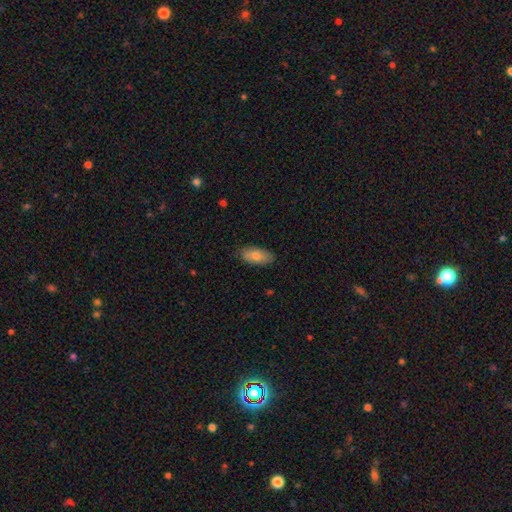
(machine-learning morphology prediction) The model was most divided on "smooth or featured": smooth: 75%, featured or disk: 19%, star or artifact: 7%. More confident: how rounded — in between (90%); merging — none (86%).